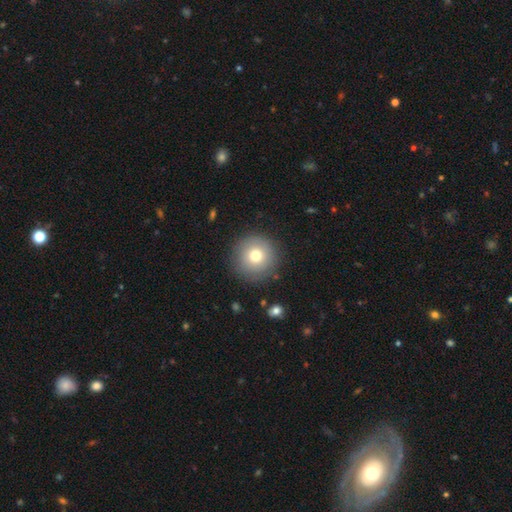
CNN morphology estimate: Overall: smooth (75%). How rounded: round (96%). Merging: none (88%).